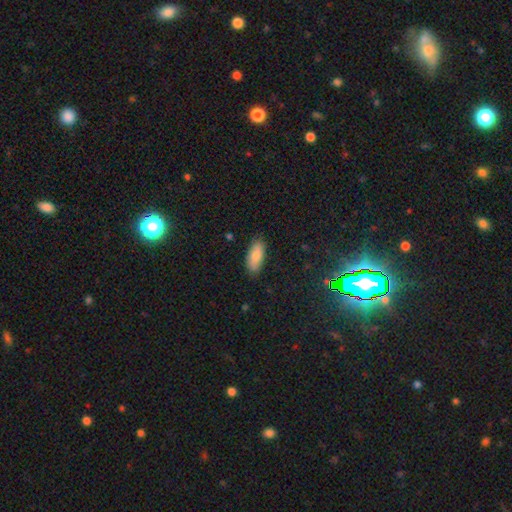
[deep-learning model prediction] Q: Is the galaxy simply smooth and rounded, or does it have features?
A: smooth — 85%.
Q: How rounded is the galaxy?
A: in between — 83%.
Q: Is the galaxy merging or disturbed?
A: none — 84%.